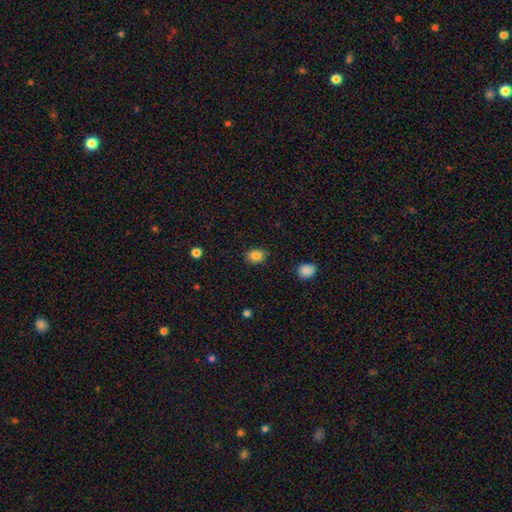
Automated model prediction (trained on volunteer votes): Smooth or featured? Predicted: smooth (p=0.85). How rounded? Predicted: in between (p=0.58). Merging? Predicted: none (p=0.85).